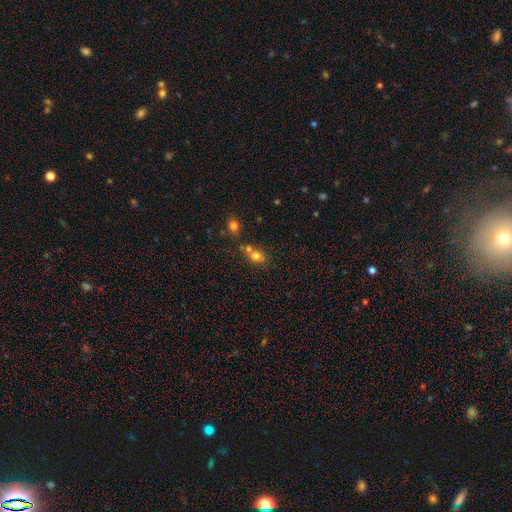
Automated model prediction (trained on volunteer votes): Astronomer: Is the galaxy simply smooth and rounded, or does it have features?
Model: smooth — 73%.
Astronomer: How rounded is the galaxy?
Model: round — 61% (runner-up: in between, 38%).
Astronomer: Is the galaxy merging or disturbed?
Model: none — 43% (runner-up: merger, 42%).